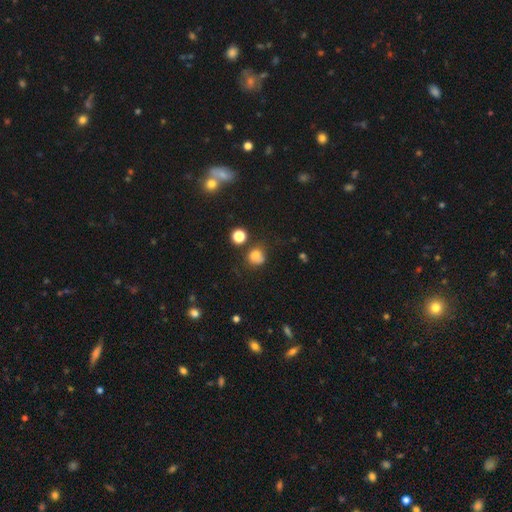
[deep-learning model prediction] The model was most divided on "merging": none: 57%, minor disturbance: 21%, merger: 12%, major disturbance: 9%. More confident: how rounded — round (79%); smooth or featured — smooth (74%).